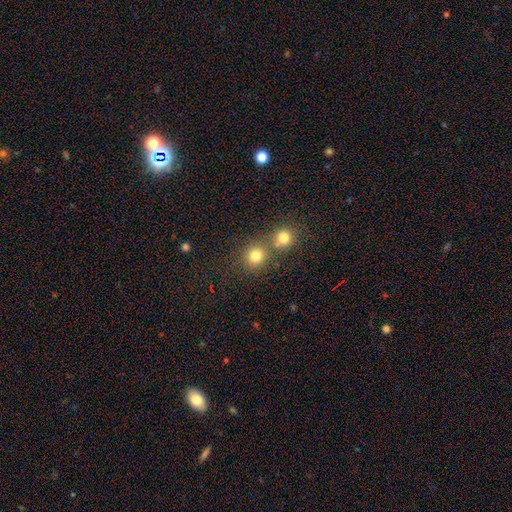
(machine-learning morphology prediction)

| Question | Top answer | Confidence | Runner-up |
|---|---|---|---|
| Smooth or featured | smooth | 78% | star or artifact (15%) |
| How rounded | round | 87% | in between (12%) |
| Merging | none | 58% | merger (32%) |